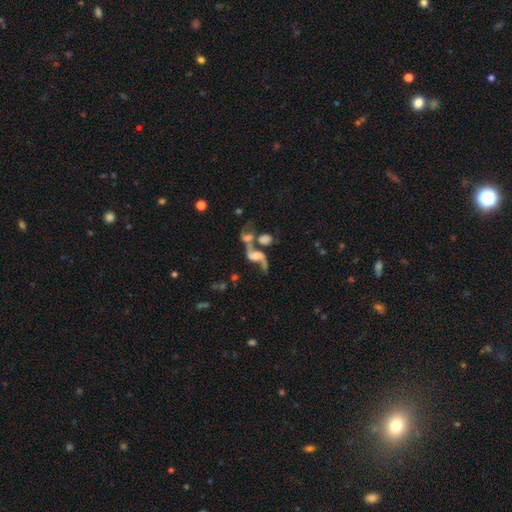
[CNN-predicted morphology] Smooth or featured? Predicted: featured or disk (p=0.76). Edge-on disk? Predicted: no (p=0.95). Bar? Predicted: no (p=0.55). Spiral arms? Predicted: yes (p=0.89). Spiral winding? Predicted: loose (p=0.83). Spiral arm count? Predicted: 2 (p=0.84). Bulge size? Predicted: moderate (p=0.31). Merging? Predicted: merger (p=0.50).